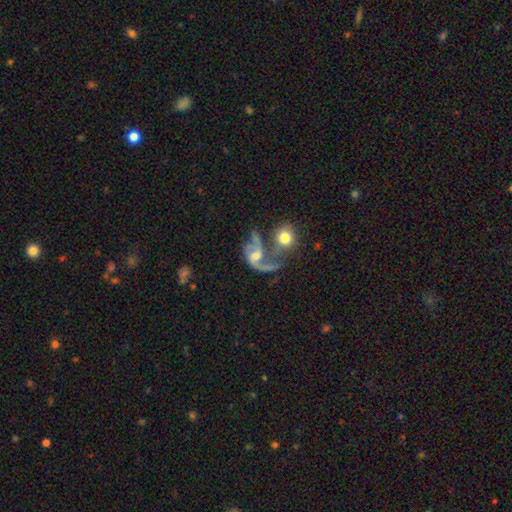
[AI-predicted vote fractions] Q: Smooth or featured?
A: featured or disk (77%); runner-up: smooth (16%)
Q: Edge-on disk?
A: no (97%); runner-up: yes (3%)
Q: Bar?
A: no (50%); runner-up: weak (39%)
Q: Spiral arms?
A: yes (89%); runner-up: no (11%)
Q: Spiral winding?
A: loose (63%); runner-up: medium (30%)
Q: Spiral arm count?
A: 2 (68%); runner-up: 1 (20%)
Q: Bulge size?
A: moderate (53%); runner-up: small (29%)
Q: Merging?
A: merger (43%); runner-up: major disturbance (27%)